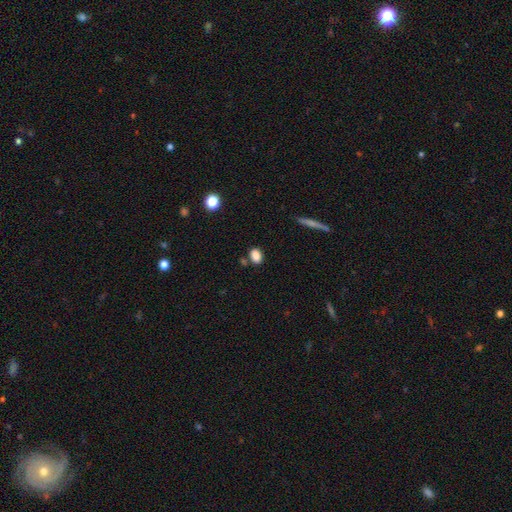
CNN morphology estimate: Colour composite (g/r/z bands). It shows a smooth galaxy with no disk features (86%) that is in between round and cigar-shaped (78%). Merging: none (75%).